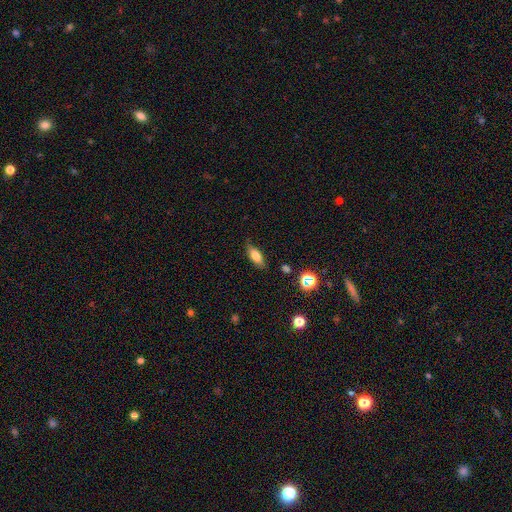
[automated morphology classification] A smooth galaxy with no disk features (74%) that is in between round and cigar-shaped (73%).

Vote fractions:
- Smooth or featured? smooth: 74% / featured or disk: 17% / star or artifact: 9%
- How rounded? in between: 73% / cigar-shaped: 23% / round: 4%
- Merging? none: 80% / minor disturbance: 15% / major disturbance: 3% / merger: 2%